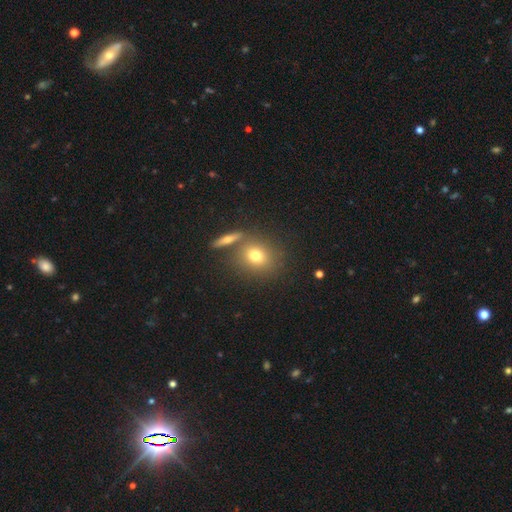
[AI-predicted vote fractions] Overall: smooth (73%). How rounded: round (67%; in between 30%). Merging: none (69%).